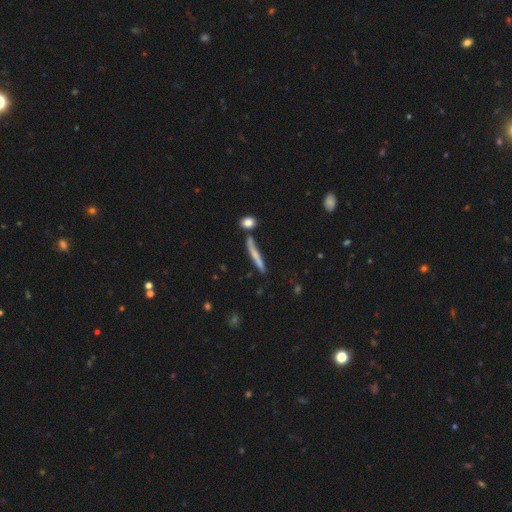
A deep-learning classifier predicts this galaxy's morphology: smooth-or-featured: smooth: 60% | featured or disk: 34% | star or artifact: 7%
  how-rounded: cigar-shaped: 94% | in between: 4% | round: 2%
  merging: none: 73% | minor disturbance: 14% | merger: 9% | major disturbance: 4%